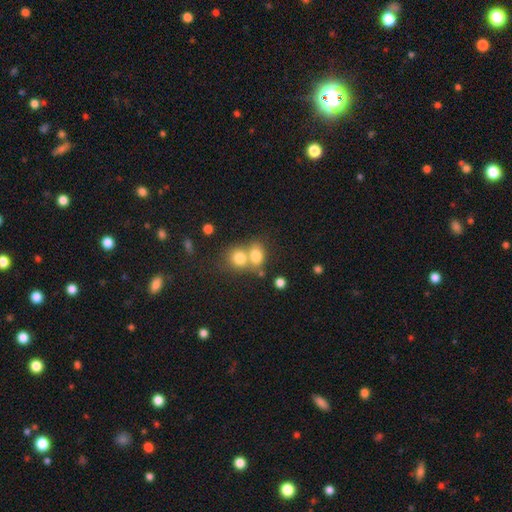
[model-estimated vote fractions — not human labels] A smooth galaxy with no disk features (77%) that is in between round and cigar-shaped (49%, tied with round). Merging: merger (57%).